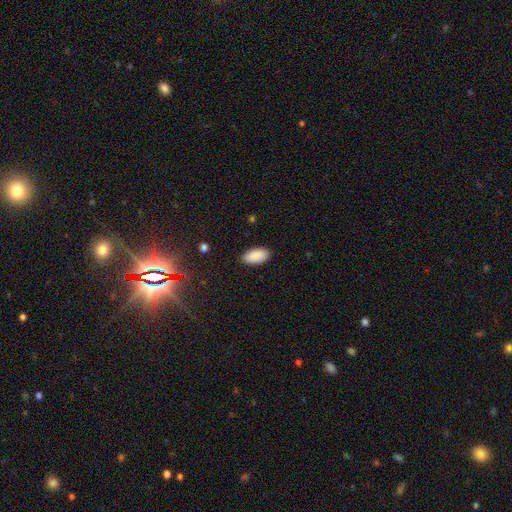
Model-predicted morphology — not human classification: type=smooth (90%); roundness=in between (95%); merging=none (88%).